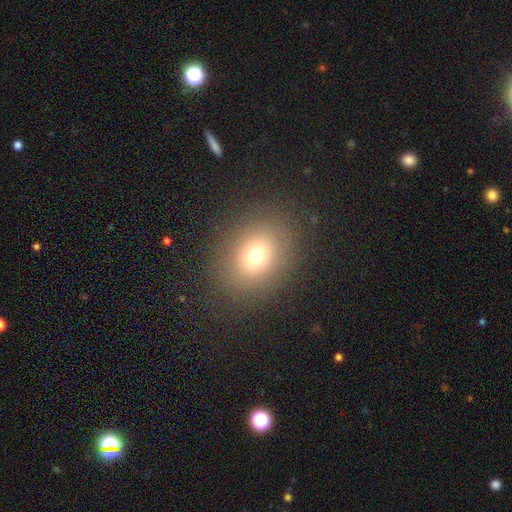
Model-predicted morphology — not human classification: Overall: smooth (71%). How rounded: round (52%; in between 47%). Merging: none (85%).